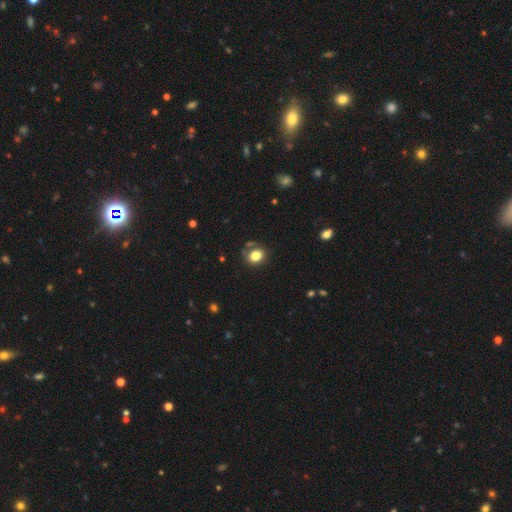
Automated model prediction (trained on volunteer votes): Smooth or featured? Predicted: smooth (p=0.81). How rounded? Predicted: round (p=0.54). Merging? Predicted: none (p=0.76).